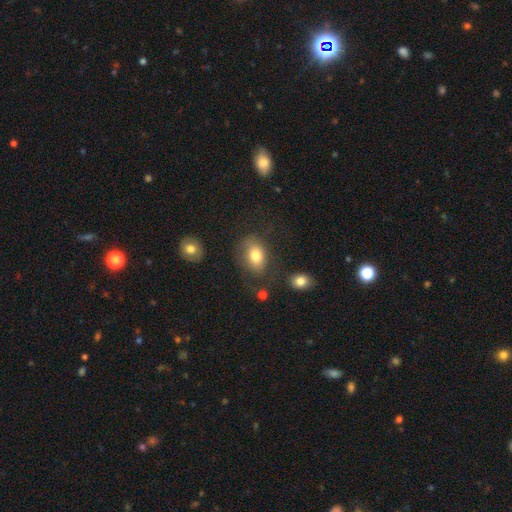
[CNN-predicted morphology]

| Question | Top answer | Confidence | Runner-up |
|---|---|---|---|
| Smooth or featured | smooth | 77% | featured or disk (13%) |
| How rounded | in between | 74% | round (25%) |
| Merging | none | 66% | minor disturbance (19%) |